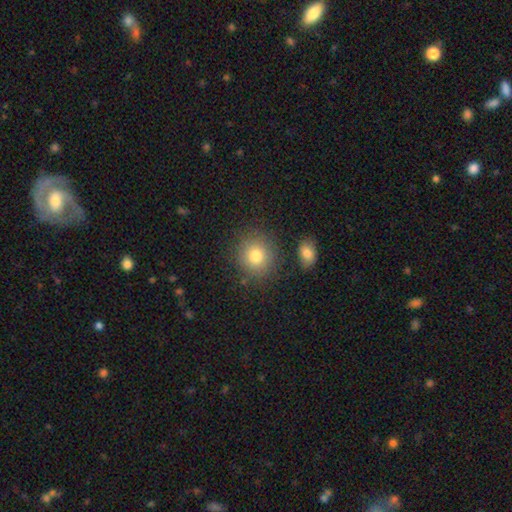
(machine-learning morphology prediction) A smooth galaxy with no disk features (79%) that is round (83%).

Vote fractions:
- Smooth or featured? smooth: 79% / star or artifact: 11% / featured or disk: 10%
- How rounded? round: 83% / in between: 16% / cigar-shaped: 1%
- Merging? none: 81% / minor disturbance: 10% / merger: 5% / major disturbance: 4%